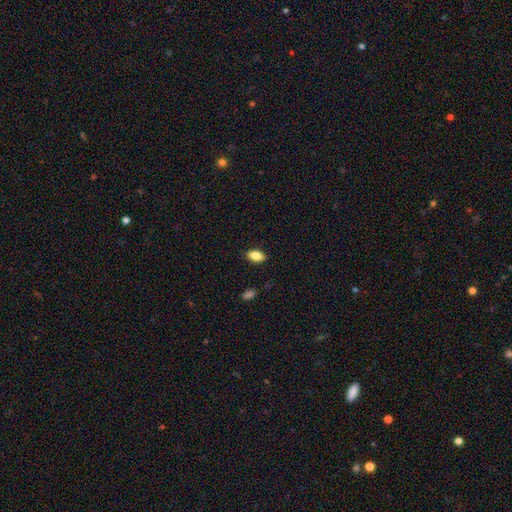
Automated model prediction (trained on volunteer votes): Overall: smooth (83%). How rounded: in between (90%). Merging: none (88%).